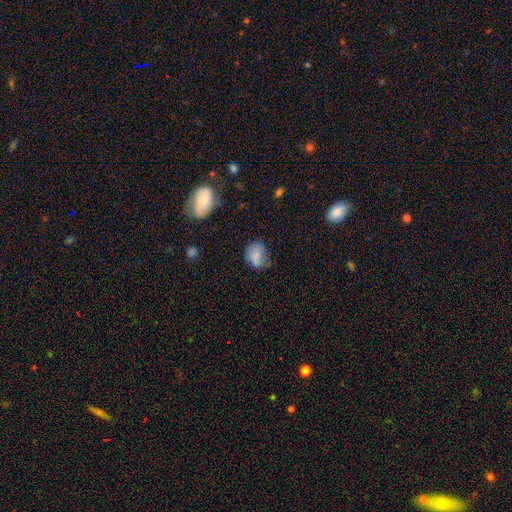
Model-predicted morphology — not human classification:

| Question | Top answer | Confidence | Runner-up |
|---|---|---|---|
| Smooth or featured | smooth | 76% | featured or disk (15%) |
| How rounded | in between | 58% | round (41%) |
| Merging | none | 48% | minor disturbance (35%) |